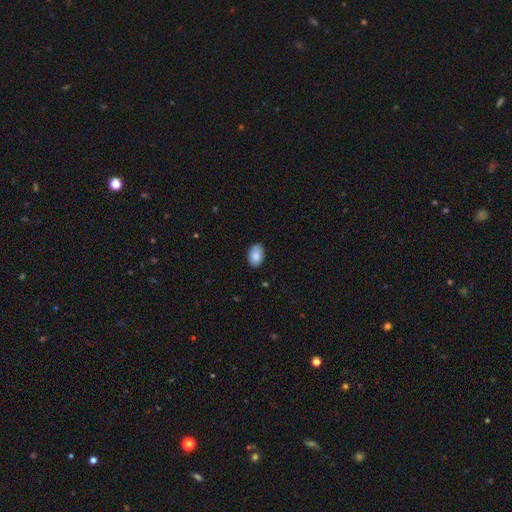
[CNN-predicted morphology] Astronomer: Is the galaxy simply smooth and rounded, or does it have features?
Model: smooth — 85%.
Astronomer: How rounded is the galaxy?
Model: in between — 90%.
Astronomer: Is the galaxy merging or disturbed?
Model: none — 81%.